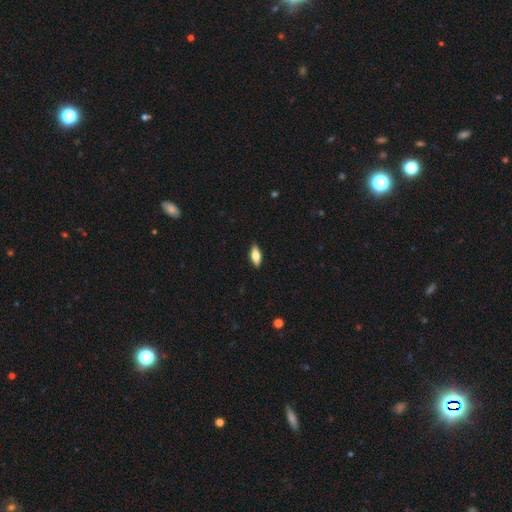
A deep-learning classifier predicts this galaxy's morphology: Smooth or featured? Predicted: smooth (p=0.64). How rounded? Predicted: in between (p=0.77). Merging? Predicted: none (p=0.88).